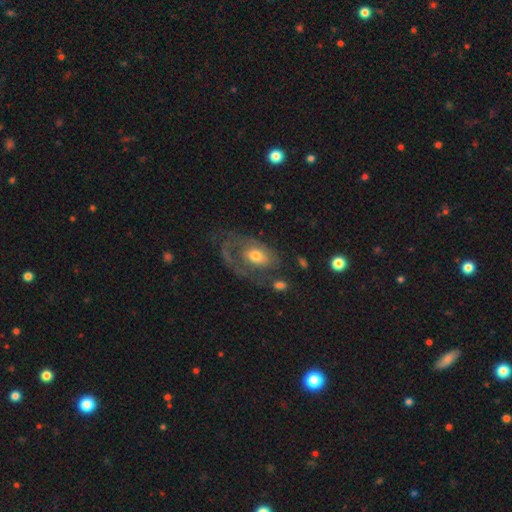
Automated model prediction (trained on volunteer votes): Q: Smooth or featured?
A: featured or disk (60%); runner-up: smooth (33%)
Q: Edge-on disk?
A: no (94%); runner-up: yes (6%)
Q: Bar?
A: no (76%); runner-up: weak (20%)
Q: Spiral arms?
A: yes (59%); runner-up: no (41%)
Q: Bulge size?
A: moderate (66%); runner-up: small (21%)
Q: Merging?
A: none (37%); tied with: major disturbance (37%)